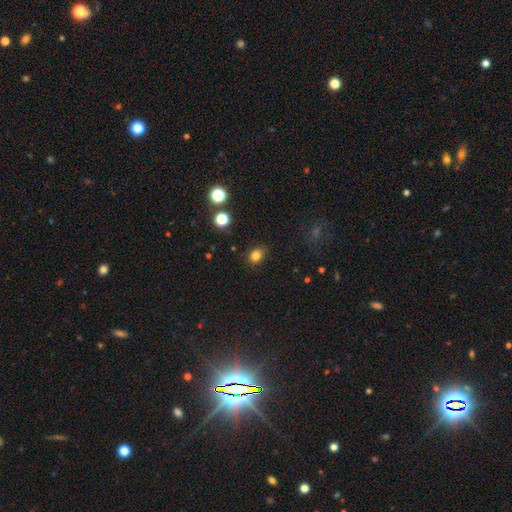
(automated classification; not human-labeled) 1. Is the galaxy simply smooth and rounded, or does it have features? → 82% smooth, 14% star or artifact, 5% featured or disk.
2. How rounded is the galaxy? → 63% round, 36% in between, 1% cigar-shaped.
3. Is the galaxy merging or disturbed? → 78% none, 17% minor disturbance, 4% major disturbance, 2% merger.